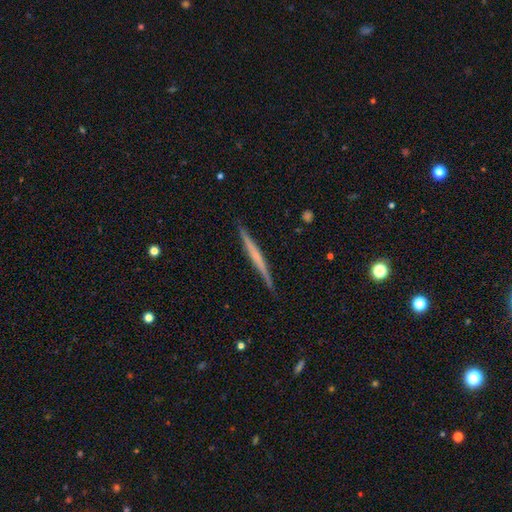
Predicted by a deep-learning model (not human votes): smooth-or-featured: featured or disk: 56% | smooth: 38% | star or artifact: 6%
  disk-edge-on: yes: 98% | no: 2%
    edge-on-bulge: none: 76% | rounded: 15% | boxy: 9%
  merging: none: 88% | minor disturbance: 9% | major disturbance: 2% | merger: 1%